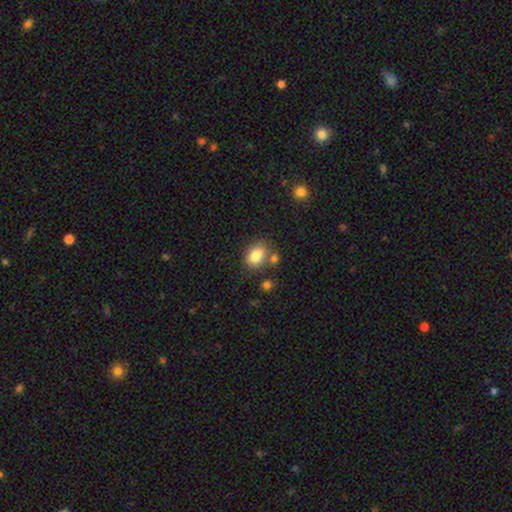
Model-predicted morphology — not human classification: A smooth galaxy with no disk features (82%) that is in between round and cigar-shaped (68%). Merging: none (65%).